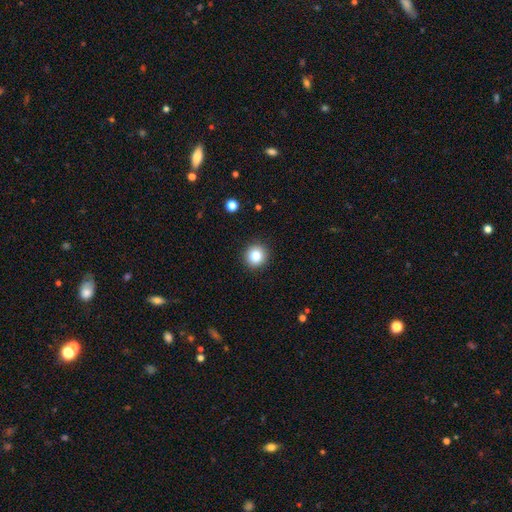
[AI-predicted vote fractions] smooth_or_featured: smooth (p=0.83) [alt: star or artifact p=0.11]
how_rounded: round (p=0.93) [alt: in between p=0.06]
merging: none (p=0.92) [alt: minor disturbance p=0.05]